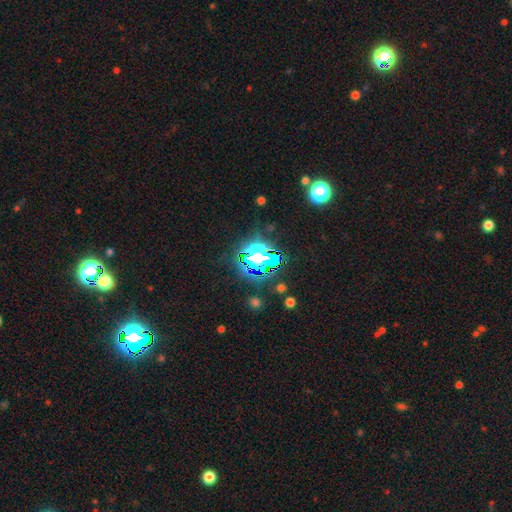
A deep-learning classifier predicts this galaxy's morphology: smooth-or-featured: star or artifact: 59% | smooth: 29% | featured or disk: 12%